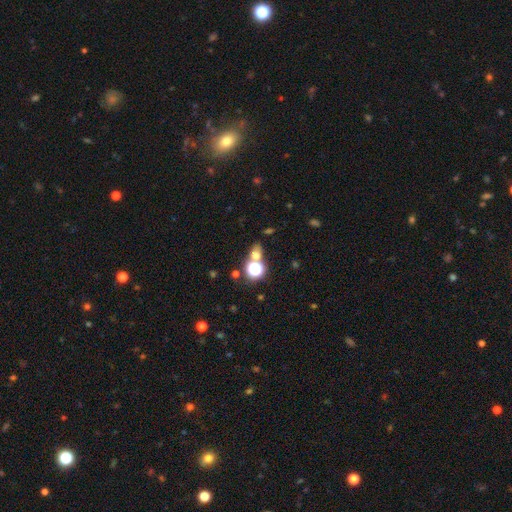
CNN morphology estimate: Smooth or featured?
  - smooth: 53% *
  - star or artifact: 36%
  - featured or disk: 11%
How rounded?
  - round: 60% *
  - in between: 37%
  - cigar-shaped: 3%
Merging?
  - none: 60% *
  - merger: 24%
  - minor disturbance: 10%
  - major disturbance: 6%